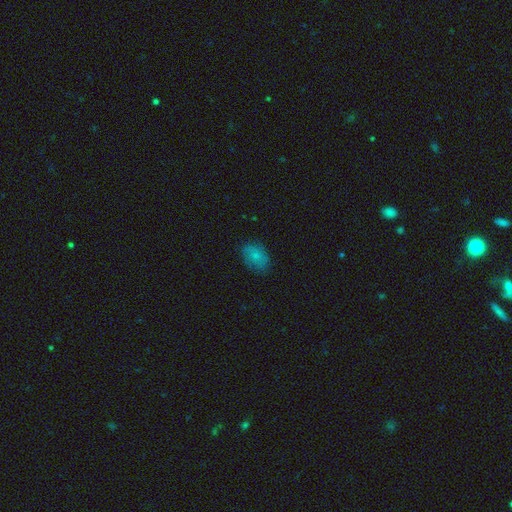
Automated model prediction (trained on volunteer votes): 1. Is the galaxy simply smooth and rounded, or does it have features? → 76% smooth, 14% featured or disk, 9% star or artifact.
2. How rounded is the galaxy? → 81% in between, 18% round, 1% cigar-shaped.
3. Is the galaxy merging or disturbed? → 77% none, 17% minor disturbance, 4% major disturbance, 1% merger.